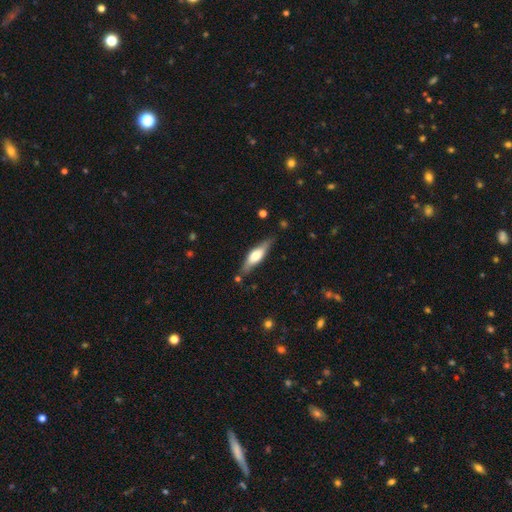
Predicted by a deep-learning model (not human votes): A featured or disk galaxy (49%). Merging: none (79%).